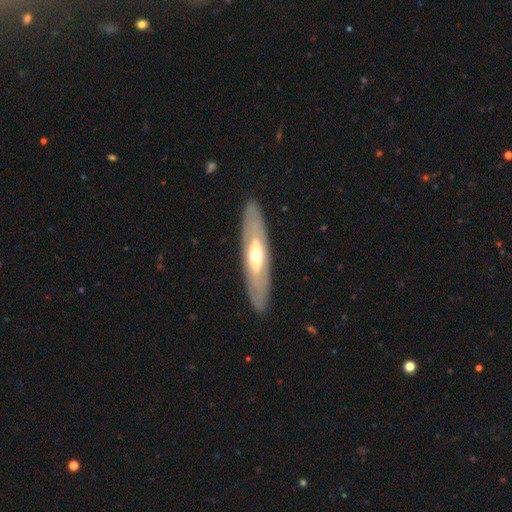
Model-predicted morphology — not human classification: featured or disk 61%, smooth 34%, star or artifact 5%. Down the decision tree: edge-on disk — no (59%); merging — none (87%).